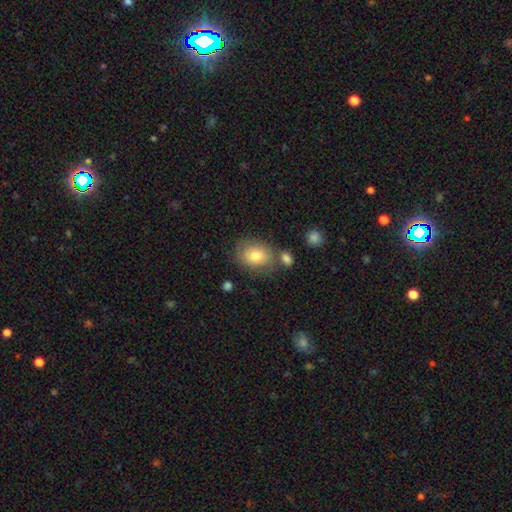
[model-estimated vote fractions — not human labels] This appears to be a smooth galaxy with no disk features (76%) that is in between round and cigar-shaped (59%). Merging: none (66%).